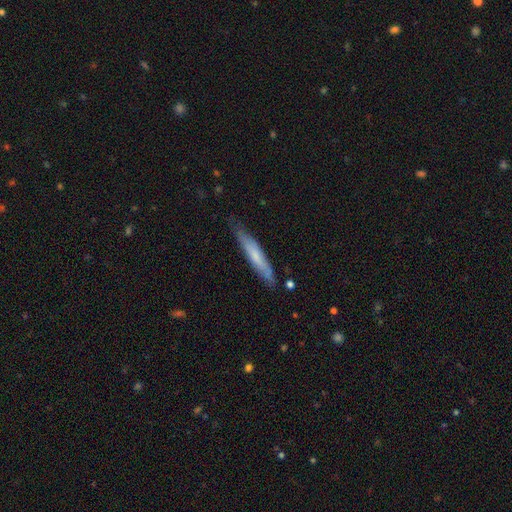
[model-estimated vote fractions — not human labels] Smooth or featured: smooth — 55% (featured or disk — 39%)
How rounded: cigar-shaped — 92% (in between — 7%)
Merging: none — 76% (minor disturbance — 20%)